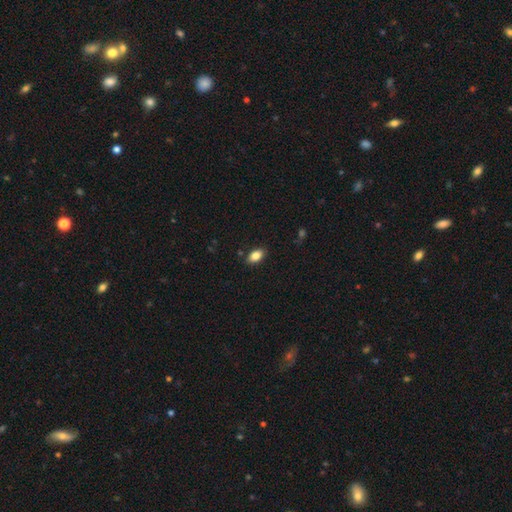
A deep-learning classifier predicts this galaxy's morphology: This appears to be a smooth galaxy with no disk features (85%) that is in between round and cigar-shaped (90%). Merging: none (86%).